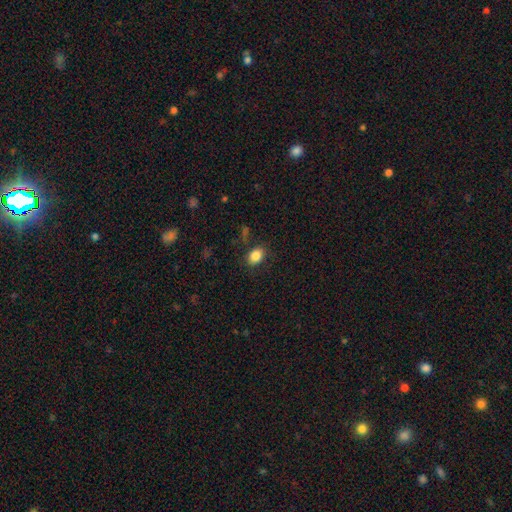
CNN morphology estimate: A smooth galaxy with no disk features (85%) that is in between round and cigar-shaped (71%). Merging: none (82%).